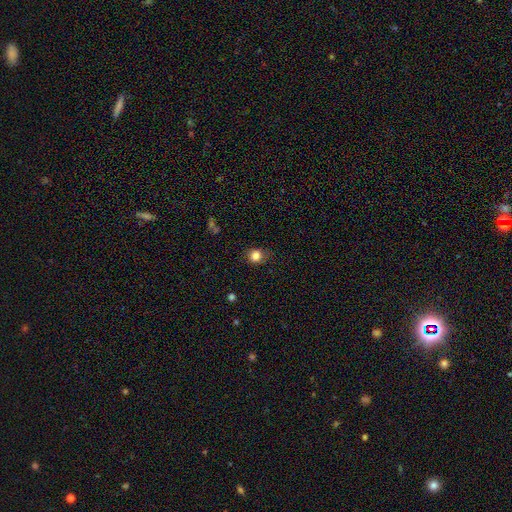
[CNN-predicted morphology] This appears to be a smooth galaxy with no disk features (83%) that is round (75%). Merging: none (76%).